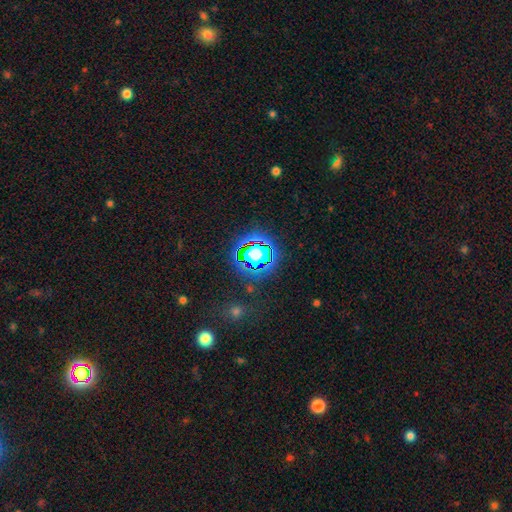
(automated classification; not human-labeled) smooth_or_featured: star or artifact (p=0.80) [alt: smooth p=0.13]